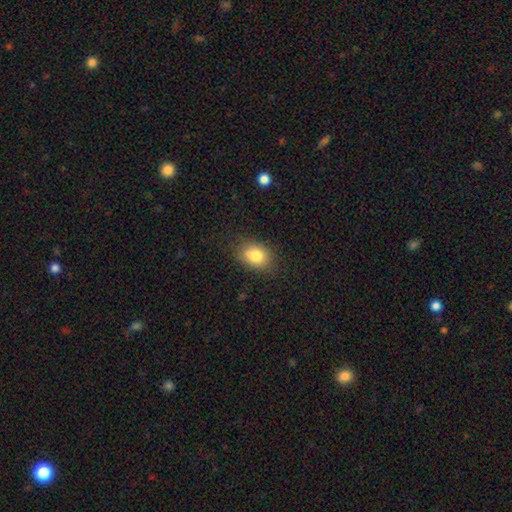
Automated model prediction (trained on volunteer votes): Overall: smooth (81%). How rounded: in between (67%; round 31%). Merging: none (77%).